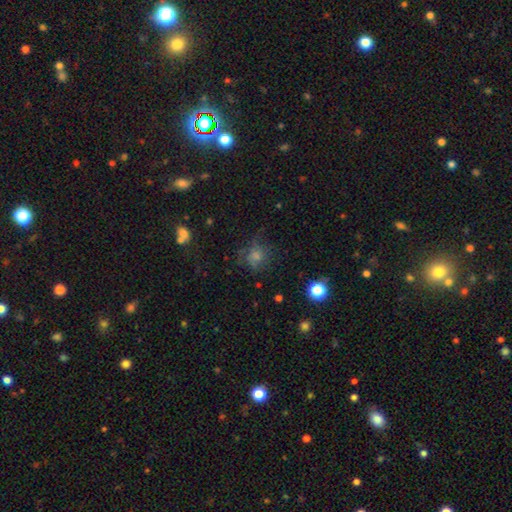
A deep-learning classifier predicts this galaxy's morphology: Overall: smooth (50%; star or artifact 31%). Merging: none (67%).